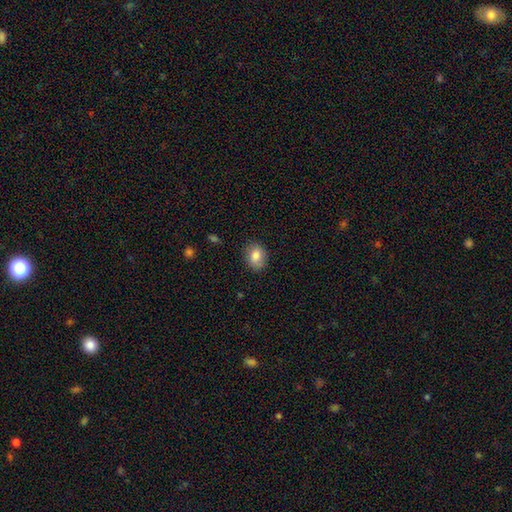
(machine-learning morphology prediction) smooth_or_featured: smooth (p=0.82) [alt: featured or disk p=0.10]
how_rounded: in between (p=0.57) [alt: round p=0.42]
merging: none (p=0.82) [alt: minor disturbance p=0.14]